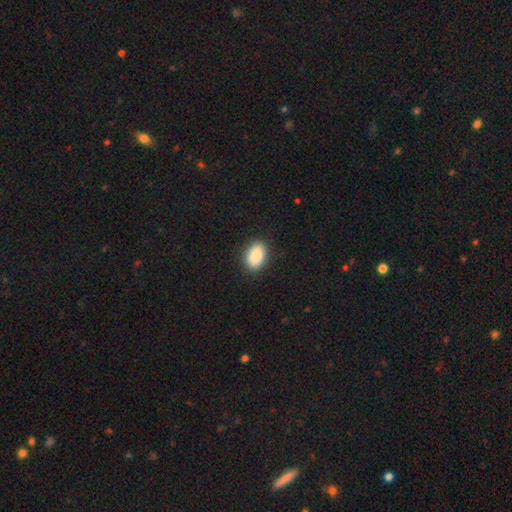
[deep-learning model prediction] smooth 90%, star or artifact 7%, featured or disk 4%. Down the decision tree: how rounded — in between (89%); merging — none (89%).